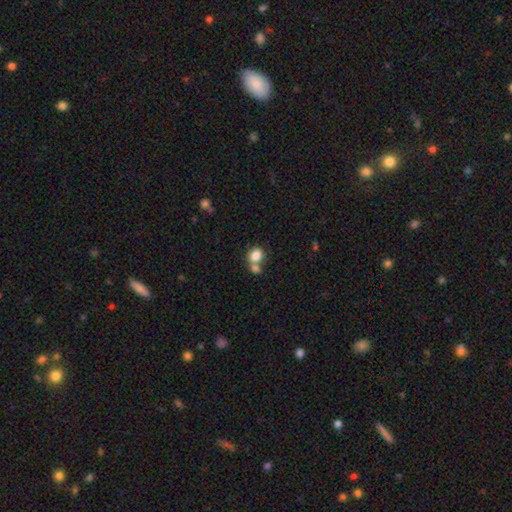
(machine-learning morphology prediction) Smooth or featured: smooth — 82% (star or artifact — 9%)
How rounded: round — 62% (in between — 37%)
Merging: merger — 43% (tied with none — 43%)